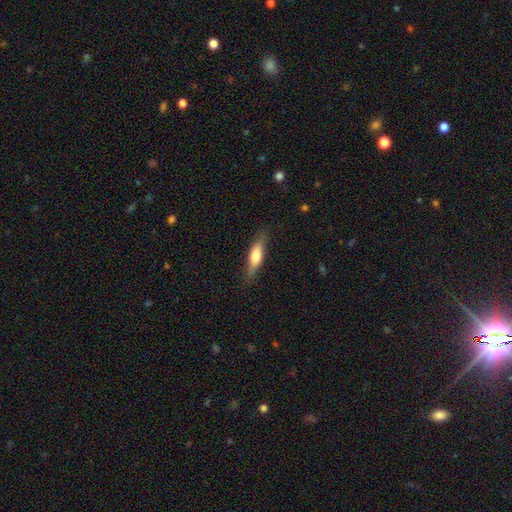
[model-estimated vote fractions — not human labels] Smooth or featured? smooth (65%)
How rounded? cigar-shaped (59%)
Merging? none (81%)